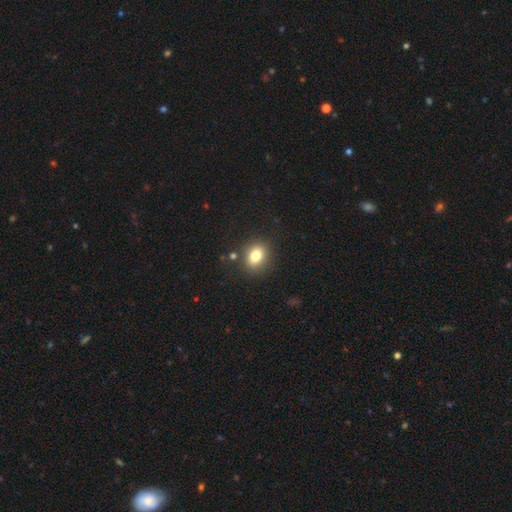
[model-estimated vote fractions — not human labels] Smooth or featured: smooth — 80% (star or artifact — 11%)
How rounded: in between — 52% (round — 47%)
Merging: none — 84% (minor disturbance — 10%)